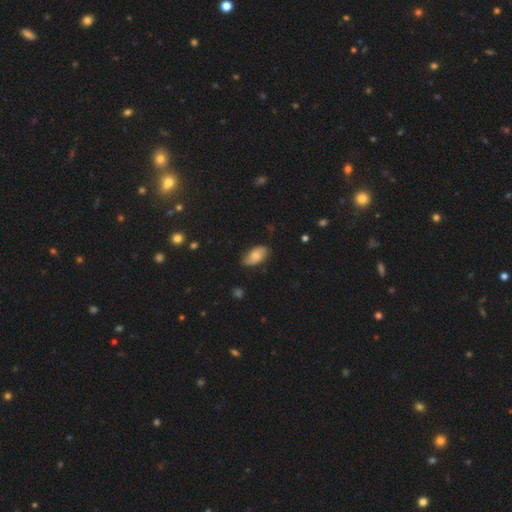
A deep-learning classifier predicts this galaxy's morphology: The model was most divided on "smooth or featured": smooth: 64%, featured or disk: 29%, star or artifact: 7%. More confident: how rounded — in between (93%); merging — none (73%).